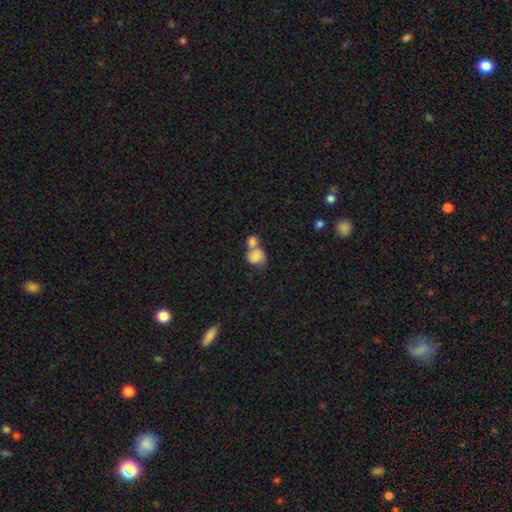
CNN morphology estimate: smooth-or-featured: smooth: 76% | featured or disk: 16% | star or artifact: 8%
  how-rounded: round: 68% | in between: 31% | cigar-shaped: 1%
  merging: merger: 64% | none: 22% | minor disturbance: 9% | major disturbance: 5%